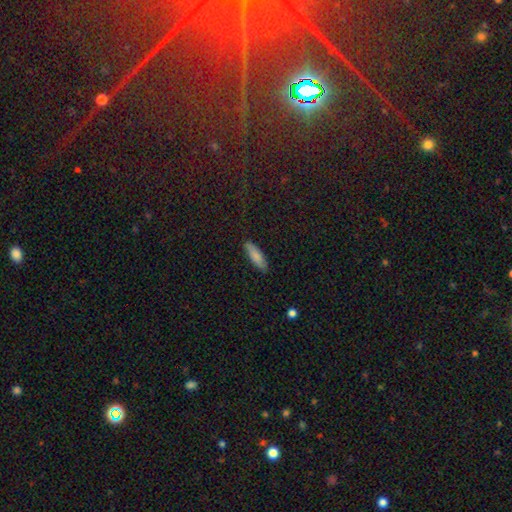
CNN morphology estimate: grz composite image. It shows a smooth galaxy with no disk features (84%) that is cigar-shaped (50%). Merging: none (86%).